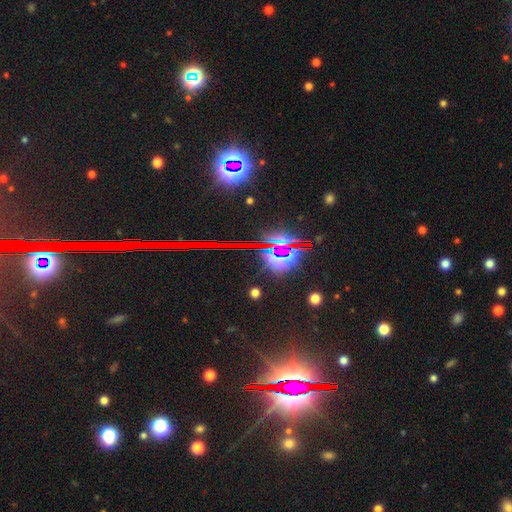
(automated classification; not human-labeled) A star or artifact, not a galaxy (84%).

Vote fractions:
- Smooth or featured? star or artifact: 84% / featured or disk: 8% / smooth: 8%